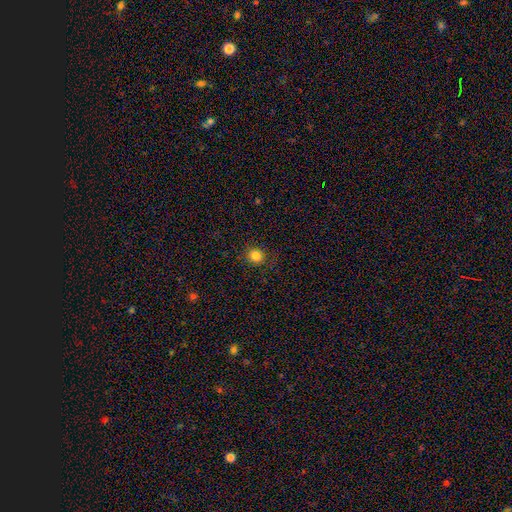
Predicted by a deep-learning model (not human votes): The model was most divided on "smooth or featured": smooth: 84%, star or artifact: 12%, featured or disk: 4%. More confident: merging — none (90%); how rounded — round (88%).